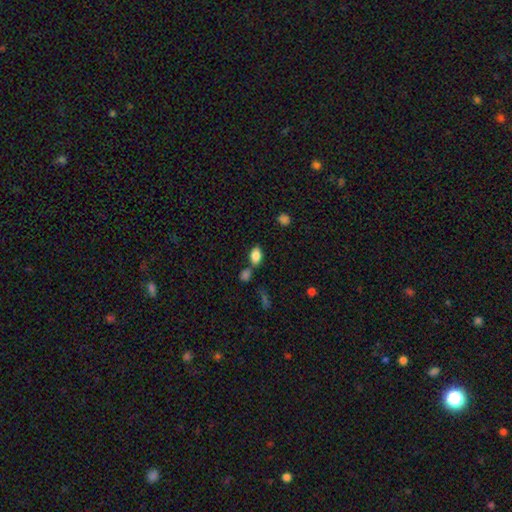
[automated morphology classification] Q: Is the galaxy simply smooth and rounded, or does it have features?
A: smooth — 84%.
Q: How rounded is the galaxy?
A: in between — 87%.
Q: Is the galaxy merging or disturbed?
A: none — 60%.